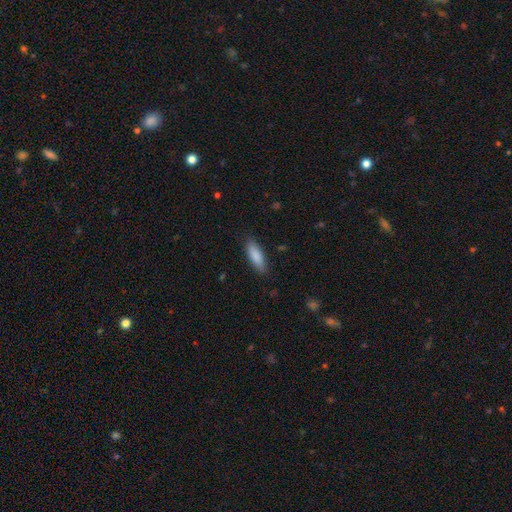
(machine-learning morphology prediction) A smooth galaxy with no disk features (85%) that is in between round and cigar-shaped (56%).

Vote fractions:
- Smooth or featured? smooth: 85% / featured or disk: 9% / star or artifact: 6%
- How rounded? in between: 56% / cigar-shaped: 43% / round: 2%
- Merging? none: 84% / minor disturbance: 12% / major disturbance: 3% / merger: 1%